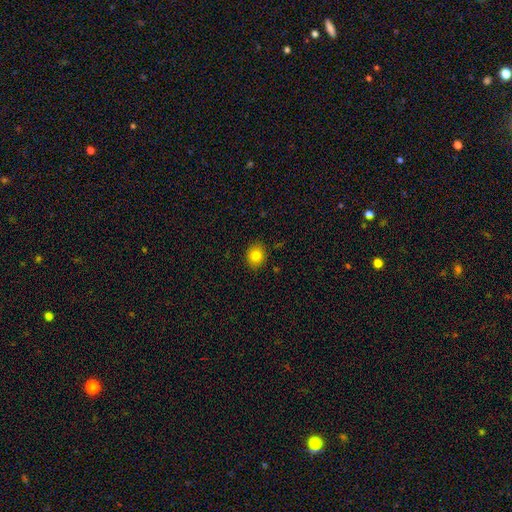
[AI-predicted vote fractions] smooth-or-featured: smooth: 82% | star or artifact: 11% | featured or disk: 7%
  how-rounded: round: 63% | in between: 36% | cigar-shaped: 1%
  merging: none: 88% | minor disturbance: 9% | major disturbance: 2% | merger: 1%